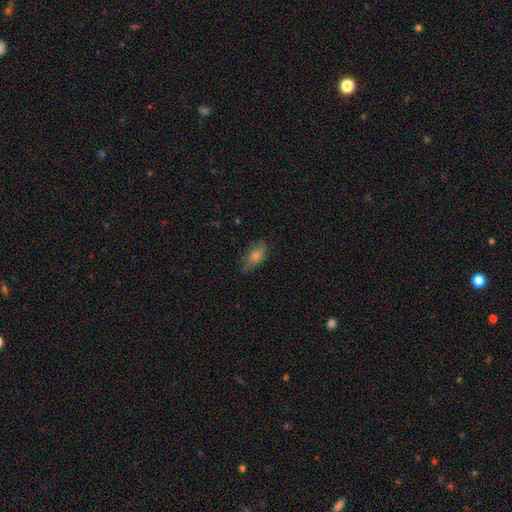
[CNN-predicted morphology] Smooth or featured?
  - smooth: 66% *
  - featured or disk: 22%
  - star or artifact: 12%
How rounded?
  - in between: 84% *
  - cigar-shaped: 10%
  - round: 6%
Merging?
  - none: 76% *
  - minor disturbance: 19%
  - major disturbance: 4%
  - merger: 1%